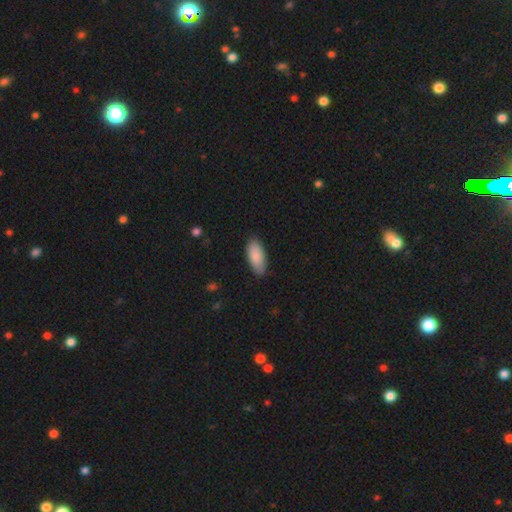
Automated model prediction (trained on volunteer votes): A smooth galaxy with no disk features (88%) that is in between round and cigar-shaped (87%). Merging: none (85%).